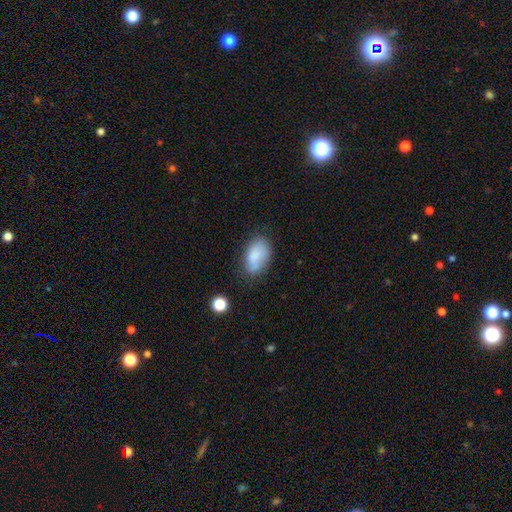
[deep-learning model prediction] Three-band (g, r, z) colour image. It shows a smooth galaxy with no disk features (80%) that is in between round and cigar-shaped (91%). Merging: none (62%).